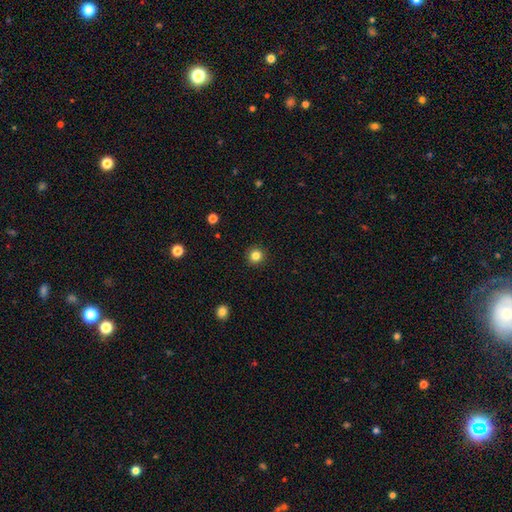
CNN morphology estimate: The model was most divided on "smooth or featured": smooth: 84%, star or artifact: 12%, featured or disk: 5%. More confident: how rounded — round (95%); merging — none (93%).